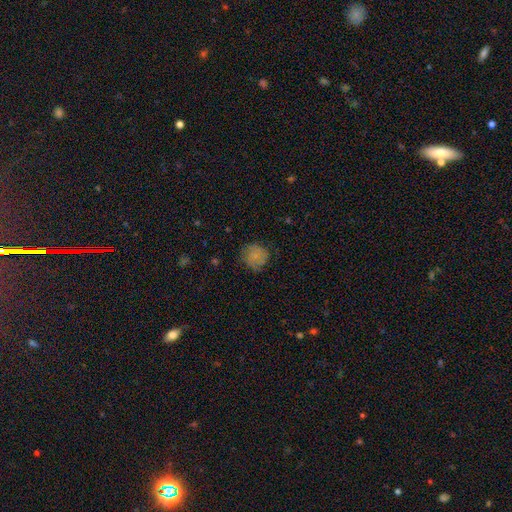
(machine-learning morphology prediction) Smooth or featured: smooth — 68% (featured or disk — 23%)
How rounded: round — 86% (in between — 13%)
Merging: none — 69% (minor disturbance — 24%)